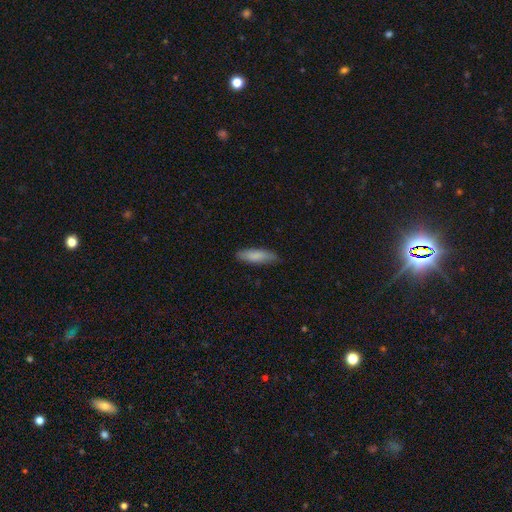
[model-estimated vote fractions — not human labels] Q: Smooth or featured?
A: smooth (85%); runner-up: featured or disk (10%)
Q: How rounded?
A: cigar-shaped (56%); runner-up: in between (43%)
Q: Merging?
A: none (83%); runner-up: minor disturbance (13%)